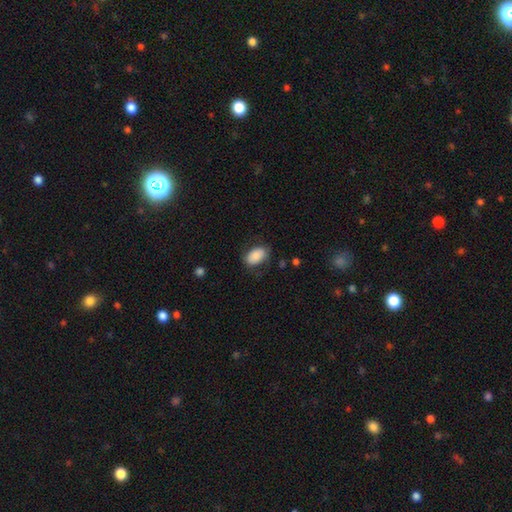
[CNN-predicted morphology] Smooth or featured? smooth (82%)
How rounded? in between (91%)
Merging? none (70%)